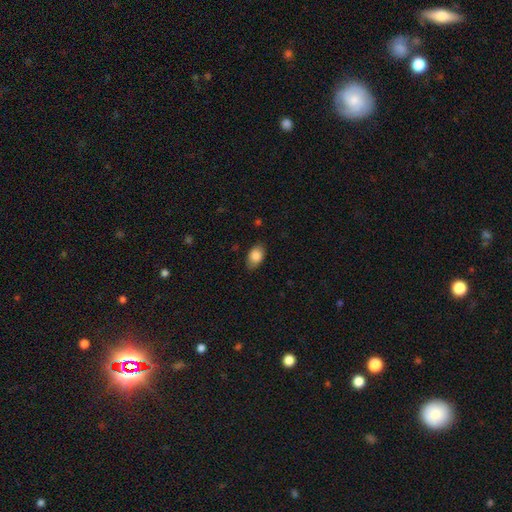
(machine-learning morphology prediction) Overall: smooth (86%). How rounded: in between (88%). Merging: none (81%).